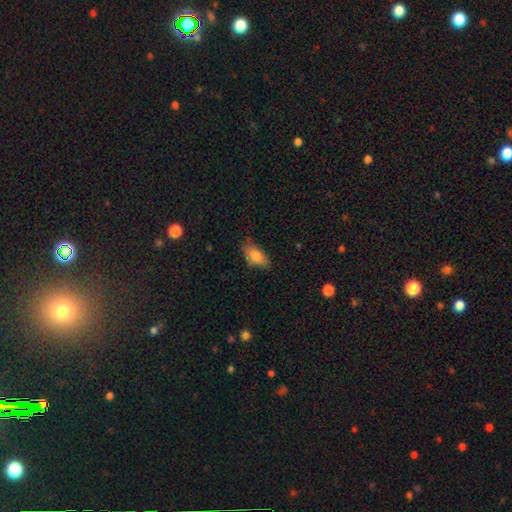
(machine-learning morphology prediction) A smooth galaxy with no disk features (81%) that is in between round and cigar-shaped (86%). Merging: none (75%).